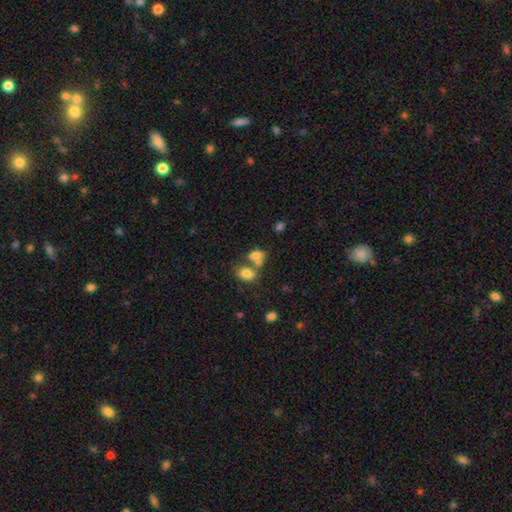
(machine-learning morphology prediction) A smooth galaxy with no disk features (73%) that is in between round and cigar-shaped (79%). Merging: merger (49%).